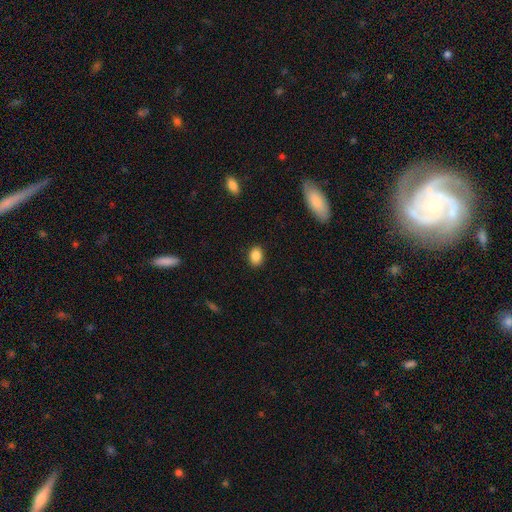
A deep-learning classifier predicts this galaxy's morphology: A smooth galaxy with no disk features (88%) that is in between round and cigar-shaped (71%).

Vote fractions:
- Smooth or featured? smooth: 88% / star or artifact: 8% / featured or disk: 4%
- How rounded? in between: 71% / round: 28% / cigar-shaped: 1%
- Merging? none: 89% / minor disturbance: 8% / major disturbance: 2% / merger: 1%